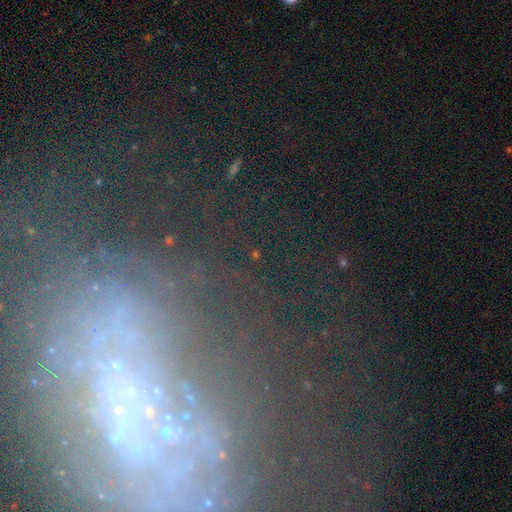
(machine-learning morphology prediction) Overall: featured or disk (49%; star or artifact 34%). Merging: none (59%).